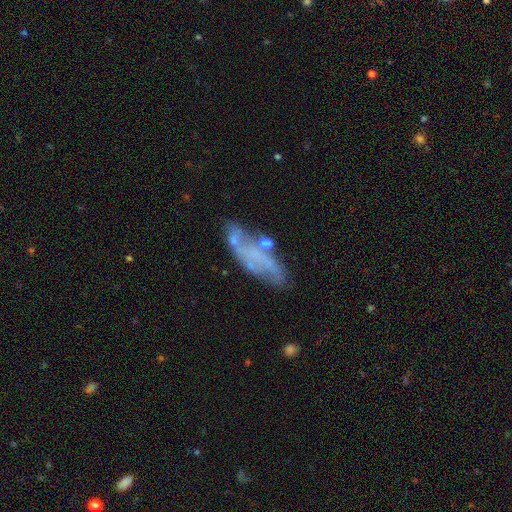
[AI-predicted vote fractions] featured or disk 60%, smooth 29%, star or artifact 11%. Down the decision tree: edge-on disk — no (81%); merging — none (45%).